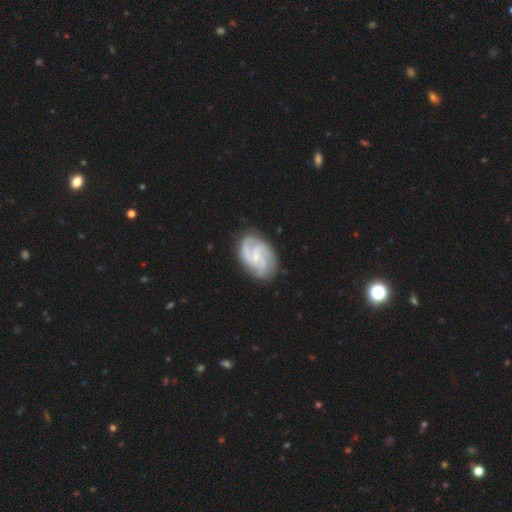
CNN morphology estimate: This appears to be a featured or disk galaxy (86%) with a weak bar (47%), 2 (37%) medium (47%) spiral arms (97%) and a small central bulge (67%). Merging: none (77%).